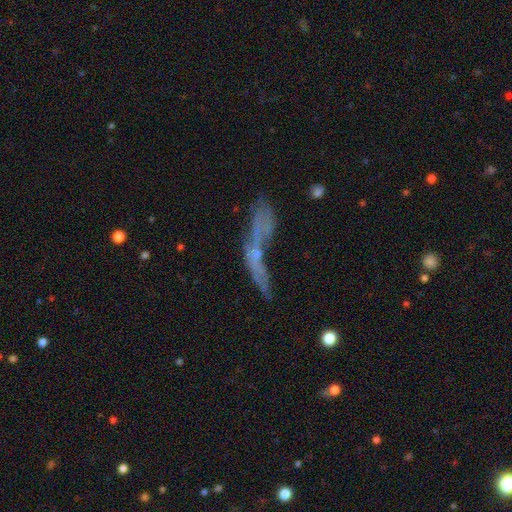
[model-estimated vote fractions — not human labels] smooth-or-featured: featured or disk: 46% | smooth: 38% | star or artifact: 16%
  merging: none: 32% | merger: 29% | major disturbance: 23% | minor disturbance: 16%